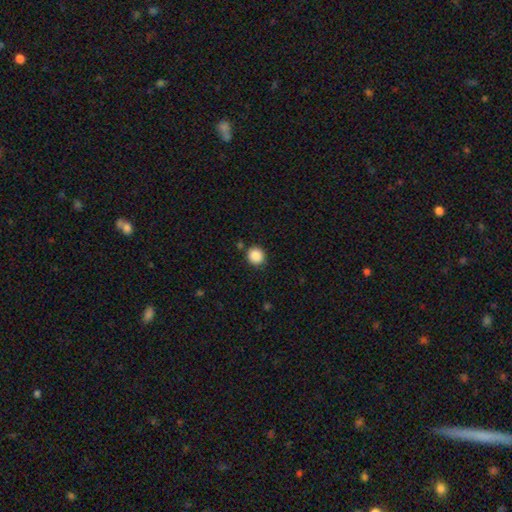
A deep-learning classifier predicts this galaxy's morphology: smooth 88%, star or artifact 9%, featured or disk 3%. Down the decision tree: how rounded — round (90%); merging — none (85%).